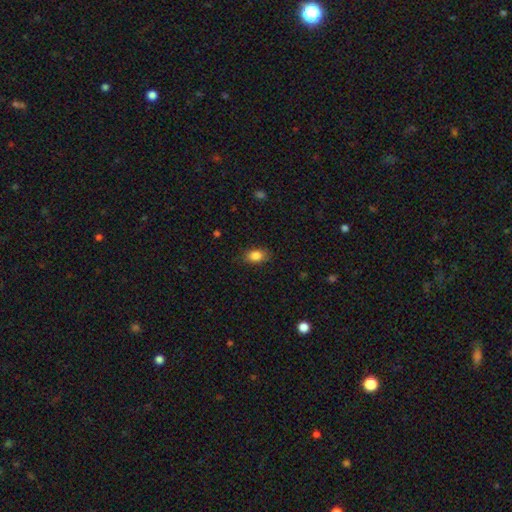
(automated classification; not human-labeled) Q: Smooth or featured?
A: smooth (86%); runner-up: star or artifact (8%)
Q: How rounded?
A: in between (86%); runner-up: round (12%)
Q: Merging?
A: none (85%); runner-up: minor disturbance (11%)